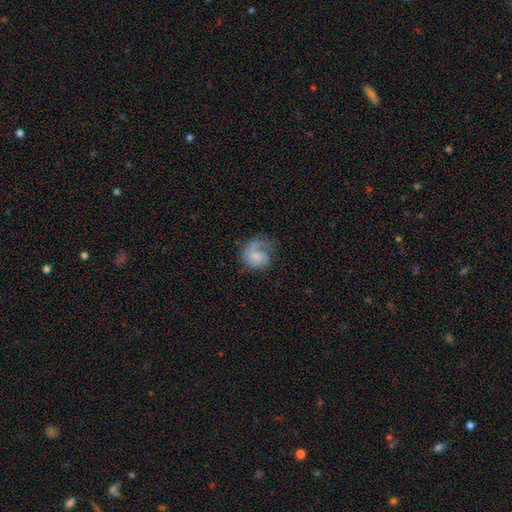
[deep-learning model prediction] Morphology: type=featured or disk (59%); edge-on=no (98%); bar=no (65%); spiral arms=yes (85%); bulge=small (50%); merging=none (43%).